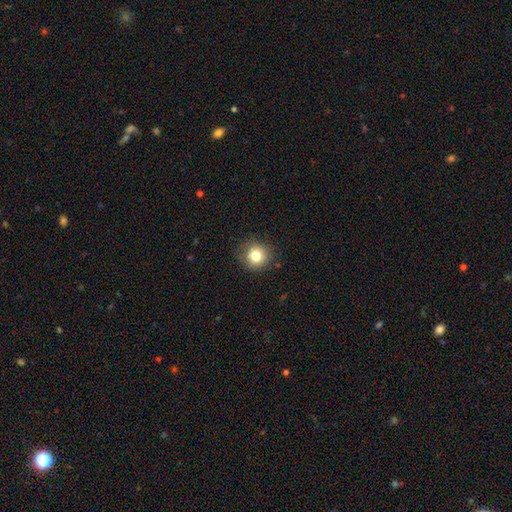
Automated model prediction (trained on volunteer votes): smooth_or_featured: smooth (p=0.80) [alt: star or artifact p=0.12]
how_rounded: round (p=0.92) [alt: in between p=0.08]
merging: none (p=0.87) [alt: minor disturbance p=0.09]